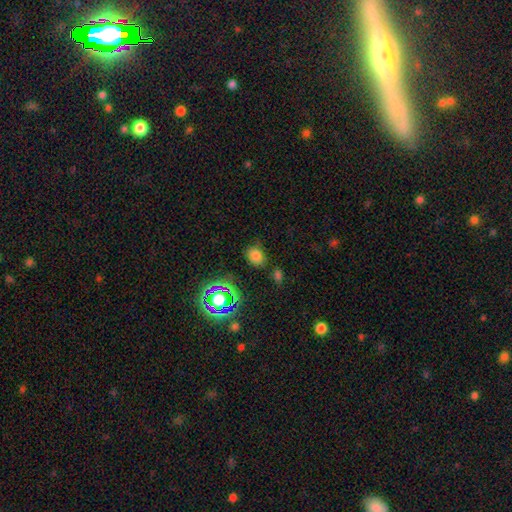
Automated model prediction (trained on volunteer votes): Smooth or featured: smooth — 71% (star or artifact — 22%)
How rounded: in between — 54% (round — 45%)
Merging: none — 75% (minor disturbance — 16%)